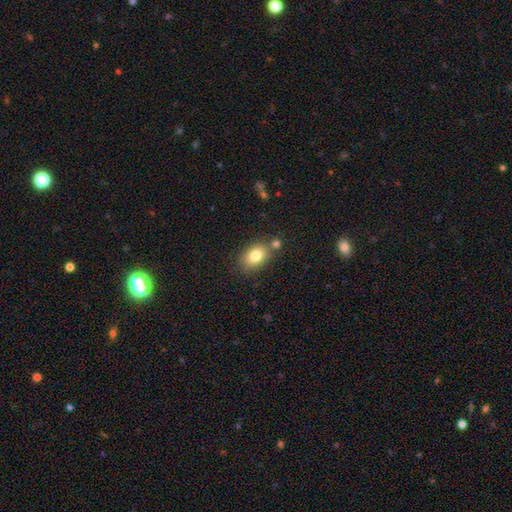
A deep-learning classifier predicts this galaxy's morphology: Smooth or featured: smooth — 81% (featured or disk — 10%)
How rounded: in between — 77% (round — 22%)
Merging: none — 69% (minor disturbance — 14%)